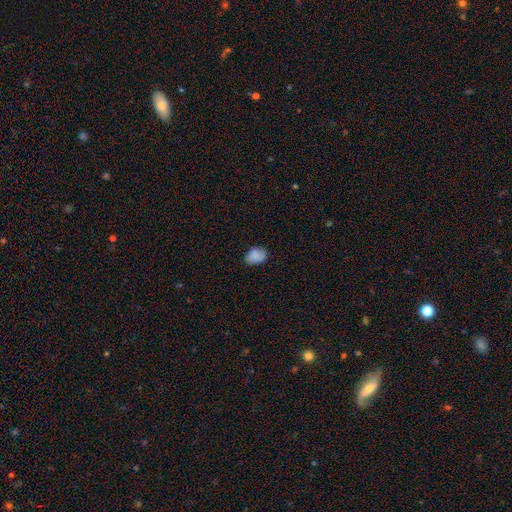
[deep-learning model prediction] The model was most divided on "how rounded": in between: 72%, round: 27%, cigar-shaped: 1%. More confident: smooth or featured — smooth (84%); merging — none (73%).